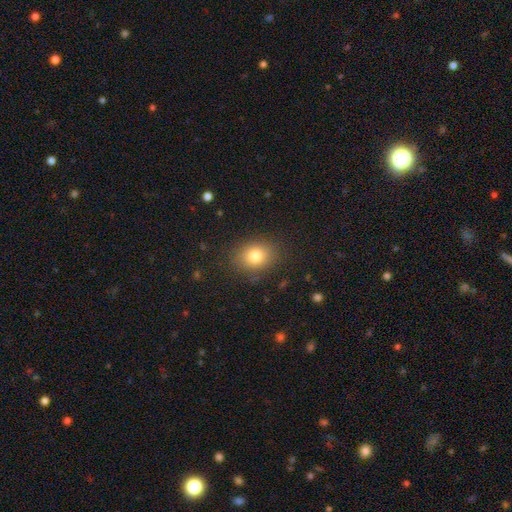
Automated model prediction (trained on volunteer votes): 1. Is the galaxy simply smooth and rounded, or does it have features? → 81% smooth, 10% star or artifact, 9% featured or disk.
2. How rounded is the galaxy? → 58% in between, 41% round, 1% cigar-shaped.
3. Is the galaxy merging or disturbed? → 84% none, 11% minor disturbance, 4% major disturbance, 1% merger.